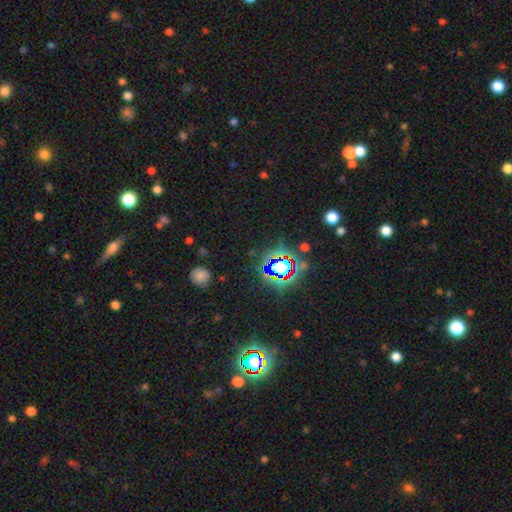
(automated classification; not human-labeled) This is likely a star or artifact rather than a galaxy (79%).